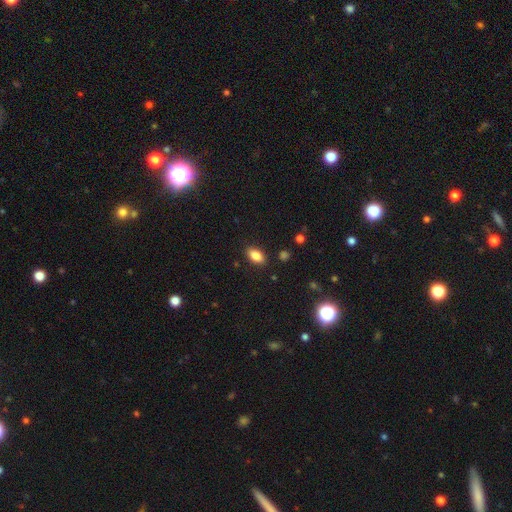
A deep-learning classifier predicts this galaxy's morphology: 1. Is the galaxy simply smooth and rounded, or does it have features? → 83% smooth, 9% star or artifact, 8% featured or disk.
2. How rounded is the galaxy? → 90% in between, 6% round, 4% cigar-shaped.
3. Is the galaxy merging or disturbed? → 87% none, 9% minor disturbance, 2% major disturbance, 1% merger.